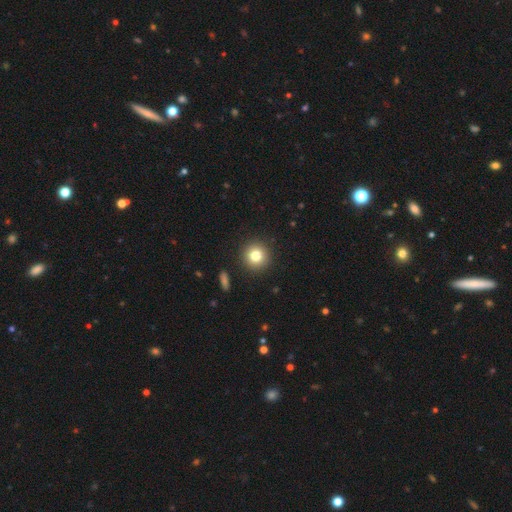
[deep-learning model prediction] smooth_or_featured: smooth (p=0.80) [alt: star or artifact p=0.11]
how_rounded: round (p=0.94) [alt: in between p=0.05]
merging: none (p=0.91) [alt: minor disturbance p=0.05]